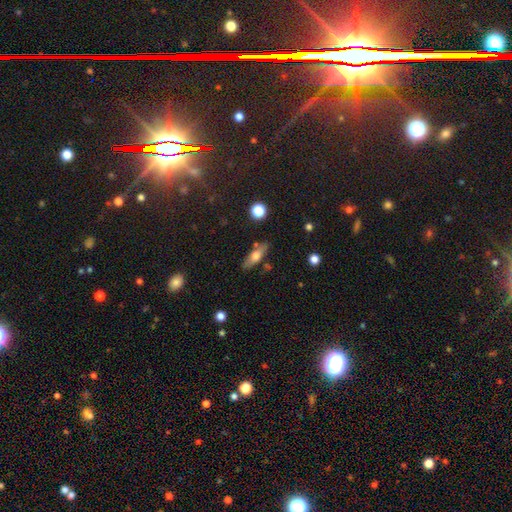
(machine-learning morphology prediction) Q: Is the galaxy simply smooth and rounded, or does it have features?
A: smooth — 59%.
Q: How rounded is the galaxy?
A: in between — 54%.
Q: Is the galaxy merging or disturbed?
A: none — 79%.